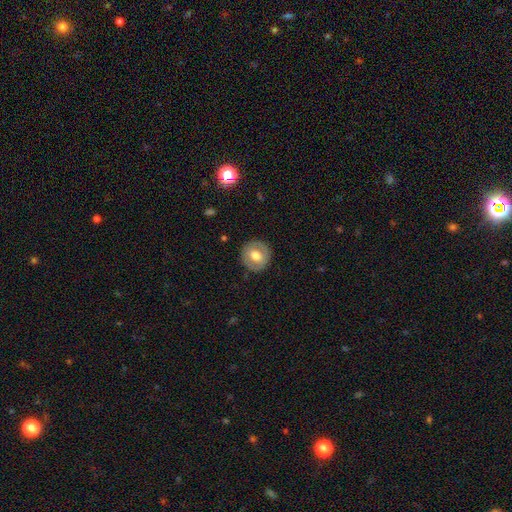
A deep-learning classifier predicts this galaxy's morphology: Smooth or featured? Predicted: smooth (p=0.60). How rounded? Predicted: round (p=0.90). Merging? Predicted: none (p=0.88).